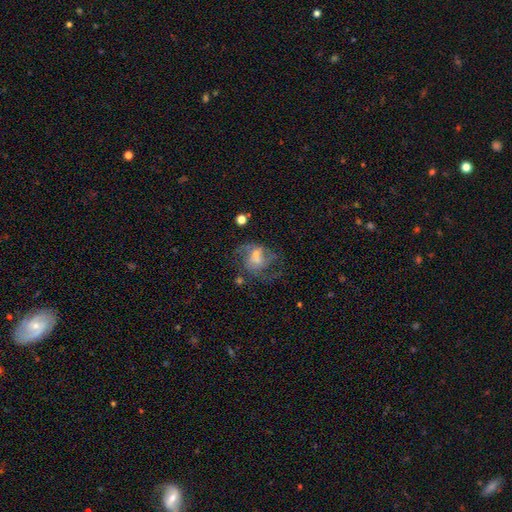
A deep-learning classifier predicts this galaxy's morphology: This is possibly a featured or disk galaxy (58%). It is clearly not viewed edge-on (97%). Bar: possibly no (56%). Spiral arm pattern: likely yes (62%). Central bulge: marginally small (36%). Merging: marginally major disturbance (37%).